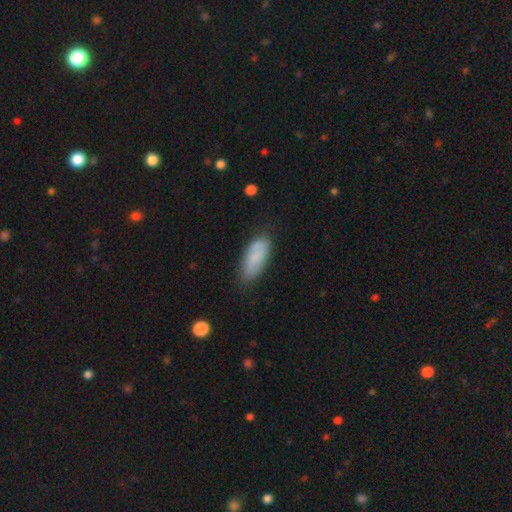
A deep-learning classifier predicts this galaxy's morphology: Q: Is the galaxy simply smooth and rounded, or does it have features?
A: smooth — 82%.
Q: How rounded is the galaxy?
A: in between — 80%.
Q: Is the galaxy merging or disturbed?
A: none — 77%.